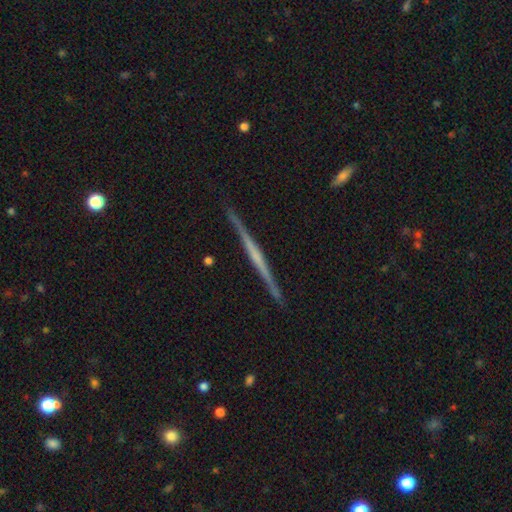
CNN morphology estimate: A featured or disk galaxy (74%) viewed edge-on (98%) with no central bulge (62%).

Vote fractions:
- Smooth or featured? featured or disk: 74% / smooth: 20% / star or artifact: 6%
- Edge-on disk? yes: 98% / no: 2%
- Edge-on bulge? none: 62% / rounded: 22% / boxy: 15%
- Merging? none: 91% / minor disturbance: 6% / major disturbance: 1% / merger: 1%